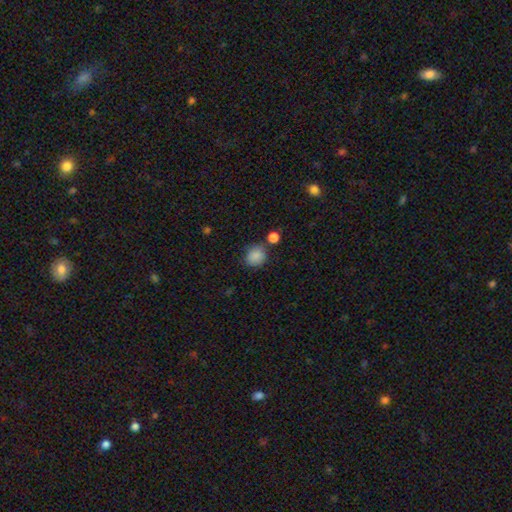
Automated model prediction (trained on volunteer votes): smooth 87%, star or artifact 9%, featured or disk 4%. Down the decision tree: how rounded — round (76%); merging — none (72%).